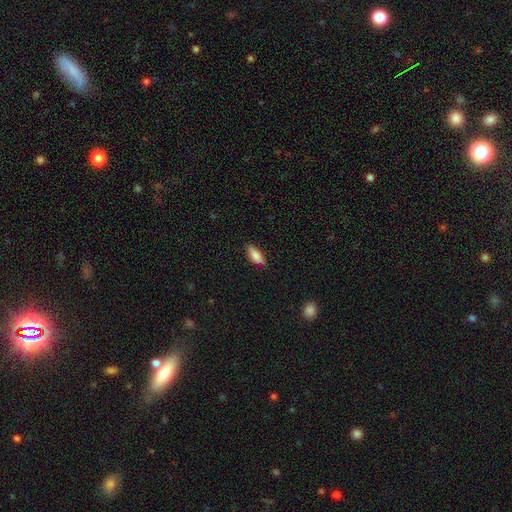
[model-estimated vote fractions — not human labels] Smooth or featured: smooth — 81% (featured or disk — 12%)
How rounded: in between — 76% (cigar-shaped — 21%)
Merging: none — 83% (minor disturbance — 14%)